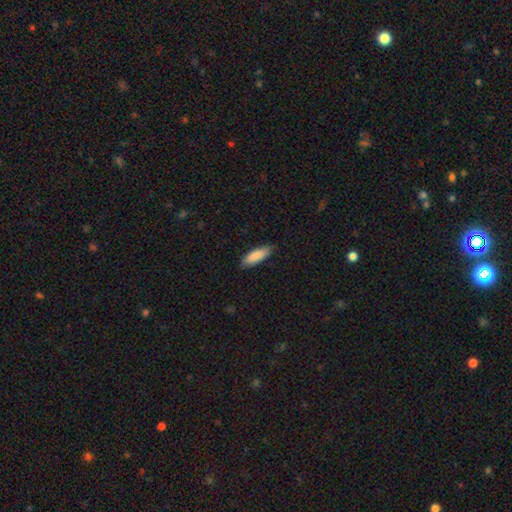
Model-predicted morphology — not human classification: Smooth or featured? smooth (87%)
How rounded? in between (62%)
Merging? none (84%)